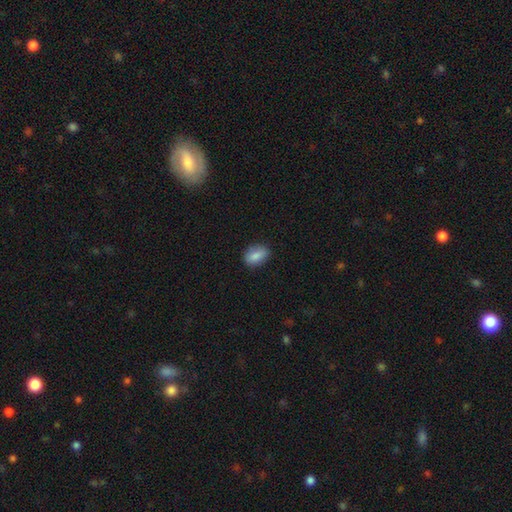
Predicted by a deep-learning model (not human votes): smooth-or-featured: smooth: 86% | star or artifact: 7% | featured or disk: 7%
  how-rounded: in between: 83% | round: 15% | cigar-shaped: 2%
  merging: none: 82% | minor disturbance: 15% | major disturbance: 3% | merger: 1%